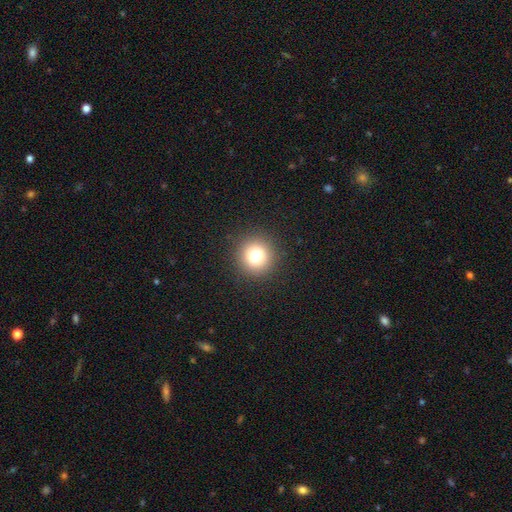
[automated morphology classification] Smooth or featured?
  - smooth: 77% *
  - star or artifact: 14%
  - featured or disk: 10%
How rounded?
  - round: 94% *
  - in between: 5%
  - cigar-shaped: 1%
Merging?
  - none: 91% *
  - minor disturbance: 5%
  - major disturbance: 2%
  - merger: 1%